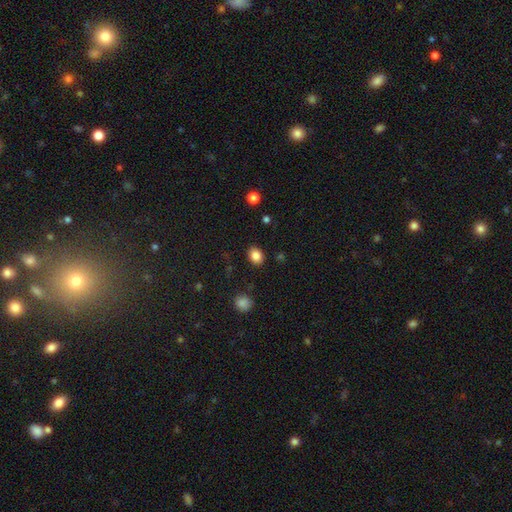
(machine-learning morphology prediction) Overall: smooth (85%). How rounded: in between (55%; round 45%). Merging: none (87%).